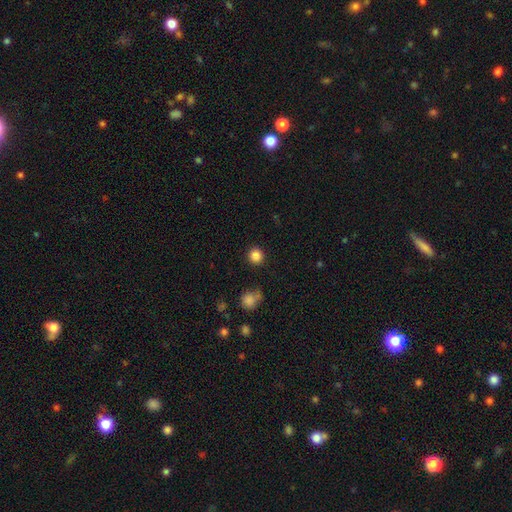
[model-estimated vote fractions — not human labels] Smooth or featured: smooth — 86% (star or artifact — 11%)
How rounded: round — 92% (in between — 7%)
Merging: none — 89% (minor disturbance — 6%)